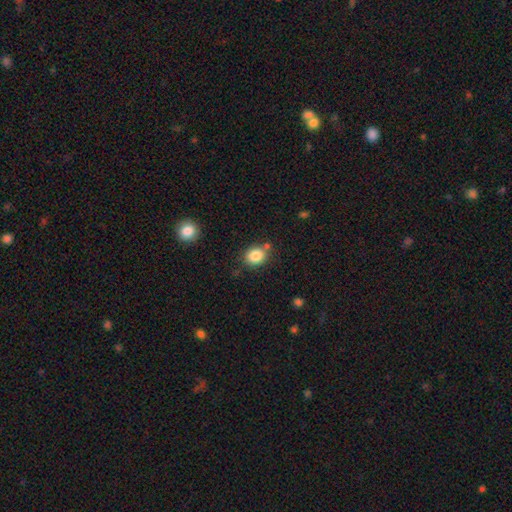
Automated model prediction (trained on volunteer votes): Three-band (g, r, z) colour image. It shows a smooth galaxy with no disk features (85%) that is round (54%). Merging: none (75%).